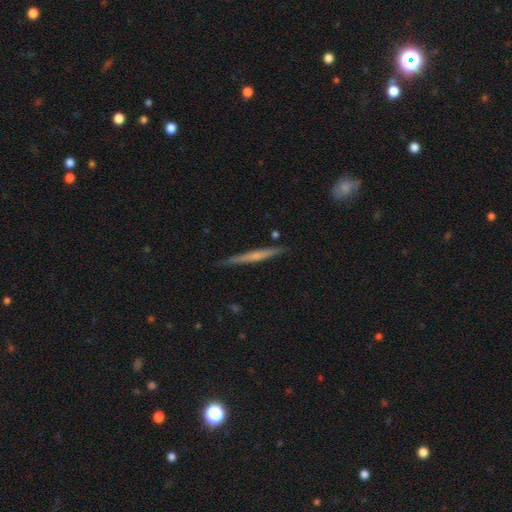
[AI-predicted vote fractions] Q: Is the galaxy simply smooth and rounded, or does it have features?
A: featured or disk — 53%.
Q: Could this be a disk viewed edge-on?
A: yes — 97%.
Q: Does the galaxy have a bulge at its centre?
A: none — 65%.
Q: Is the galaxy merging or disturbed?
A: none — 87%.